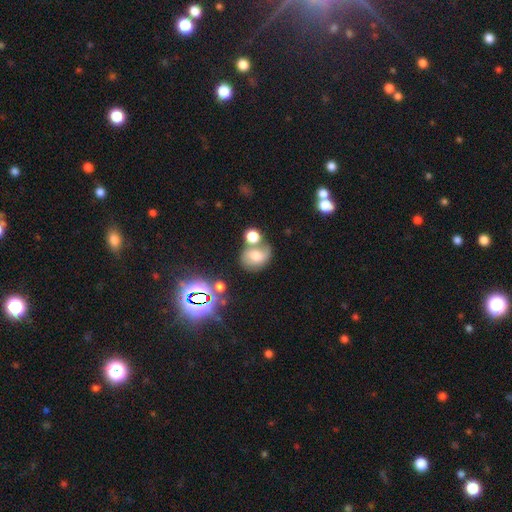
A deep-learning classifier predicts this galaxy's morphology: type=smooth (52%); roundness=round (53%); merging=none (46%).